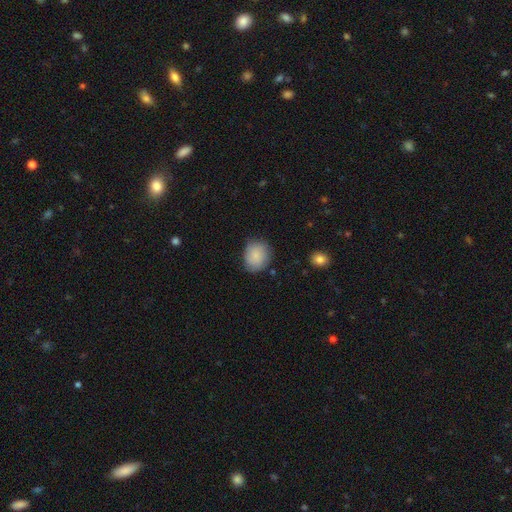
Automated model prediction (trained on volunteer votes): Morphology: type=smooth (83%); roundness=round (64%); merging=none (76%).